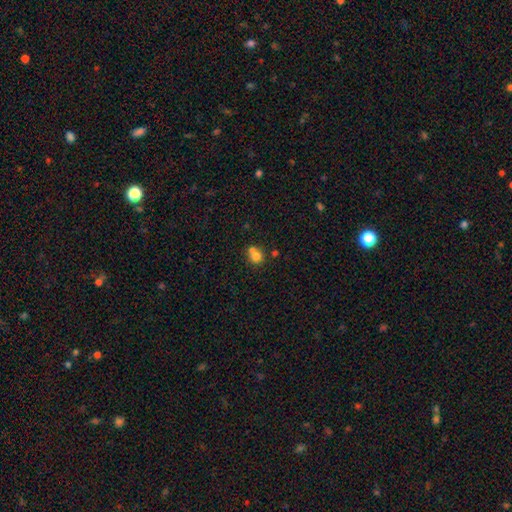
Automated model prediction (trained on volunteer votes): Q: Smooth or featured?
A: smooth (75%); runner-up: featured or disk (13%)
Q: How rounded?
A: round (81%); runner-up: in between (18%)
Q: Merging?
A: merger (48%); runner-up: none (40%)